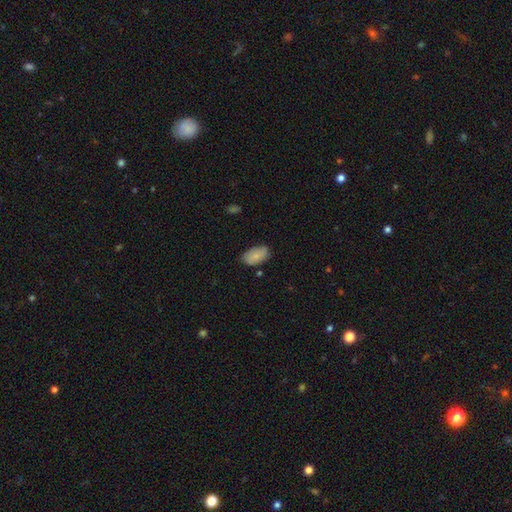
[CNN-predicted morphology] smooth_or_featured: smooth (p=0.81) [alt: featured or disk p=0.13]
how_rounded: in between (p=0.94) [alt: round p=0.04]
merging: none (p=0.77) [alt: minor disturbance p=0.18]